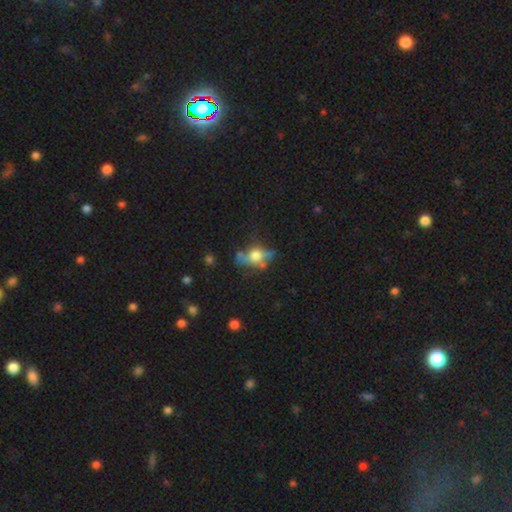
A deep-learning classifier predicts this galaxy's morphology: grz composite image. It shows a featured or disk galaxy (45%). Merging: none (53%).